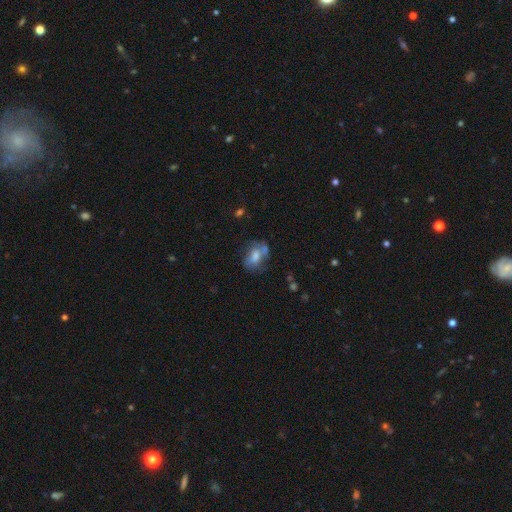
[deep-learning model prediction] Morphology: type=smooth (62%); roundness=in between (82%); merging=none (46%).